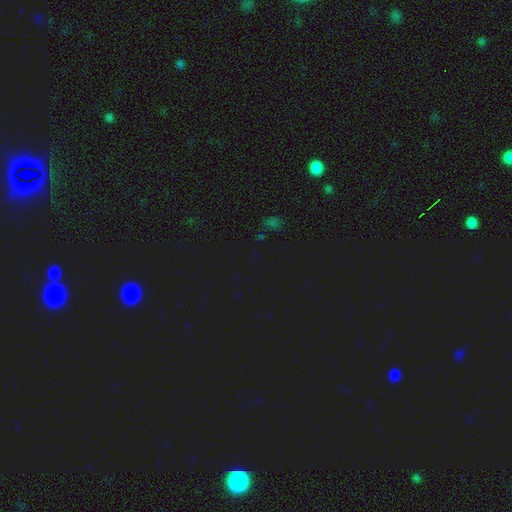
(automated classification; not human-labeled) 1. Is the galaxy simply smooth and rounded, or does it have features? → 70% star or artifact, 24% smooth, 6% featured or disk.